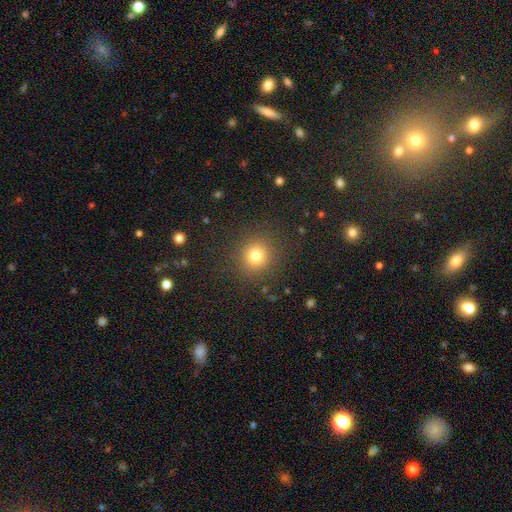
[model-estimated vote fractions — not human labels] Morphology: type=smooth (77%); roundness=round (91%); merging=none (88%).